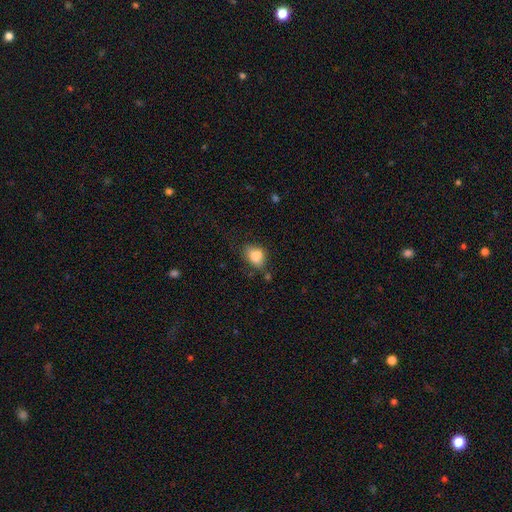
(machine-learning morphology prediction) A smooth galaxy with no disk features (83%) that is in between round and cigar-shaped (65%).

Vote fractions:
- Smooth or featured? smooth: 83% / star or artifact: 9% / featured or disk: 8%
- How rounded? in between: 65% / round: 34% / cigar-shaped: 1%
- Merging? none: 52% / minor disturbance: 31% / major disturbance: 10% / merger: 7%